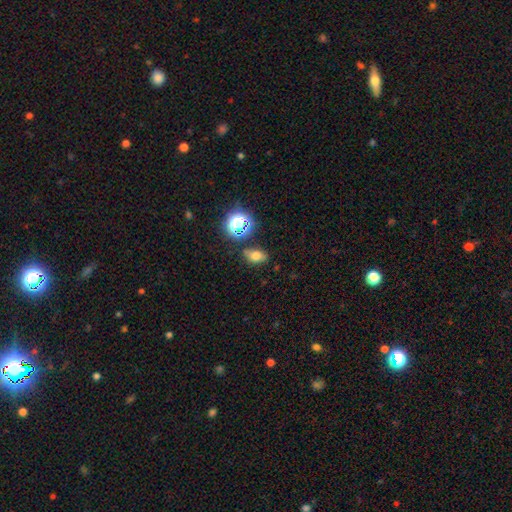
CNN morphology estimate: smooth_or_featured: smooth (p=0.63) [alt: star or artifact p=0.22]
how_rounded: in between (p=0.78) [alt: round p=0.18]
merging: none (p=0.76) [alt: minor disturbance p=0.16]